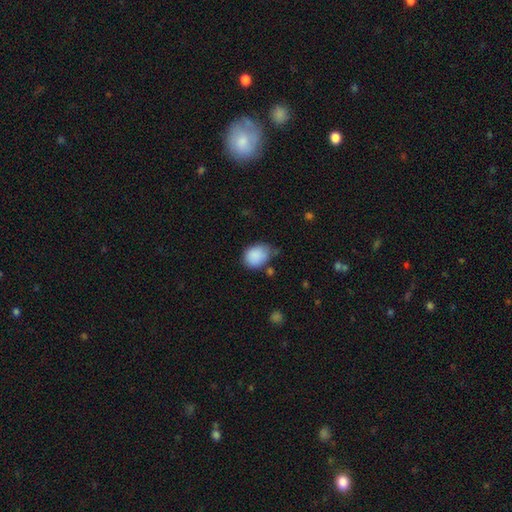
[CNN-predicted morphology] Smooth or featured? smooth (88%)
How rounded? in between (57%)
Merging? none (53%)